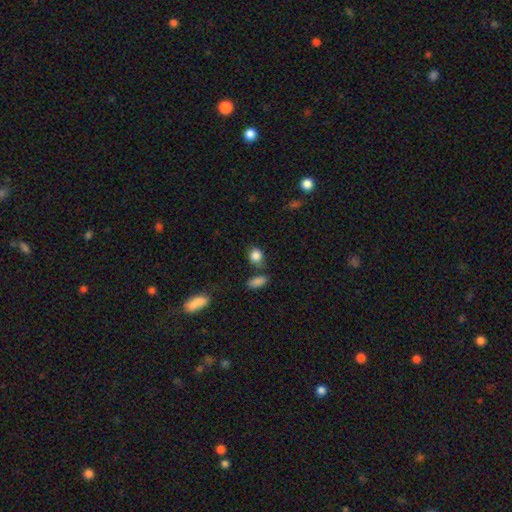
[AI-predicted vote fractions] Q: Smooth or featured?
A: smooth (85%); runner-up: star or artifact (9%)
Q: How rounded?
A: round (53%); runner-up: in between (45%)
Q: Merging?
A: none (62%); runner-up: minor disturbance (19%)